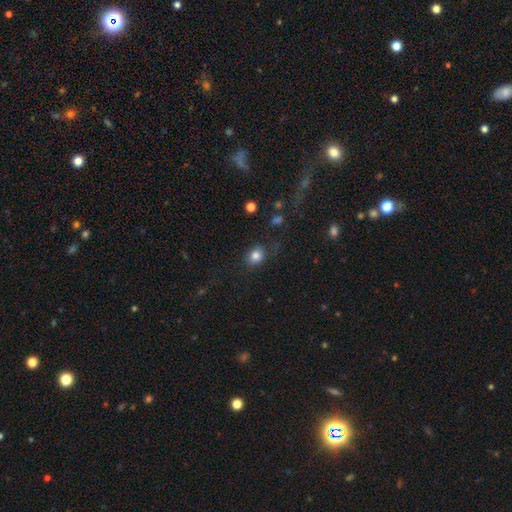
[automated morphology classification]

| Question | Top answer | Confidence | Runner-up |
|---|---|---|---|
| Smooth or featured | smooth | 81% | star or artifact (11%) |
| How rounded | round | 50% | in between (48%) |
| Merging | none | 74% | minor disturbance (17%) |